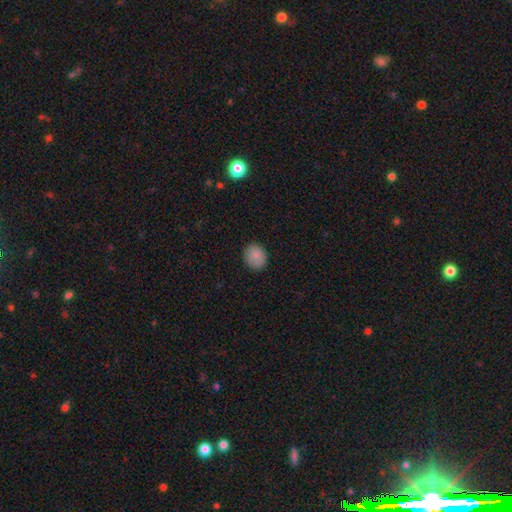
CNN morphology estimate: A smooth galaxy with no disk features (85%) that is round (71%).

Vote fractions:
- Smooth or featured? smooth: 85% / star or artifact: 8% / featured or disk: 6%
- How rounded? round: 71% / in between: 28% / cigar-shaped: 1%
- Merging? none: 87% / minor disturbance: 10% / major disturbance: 2% / merger: 1%